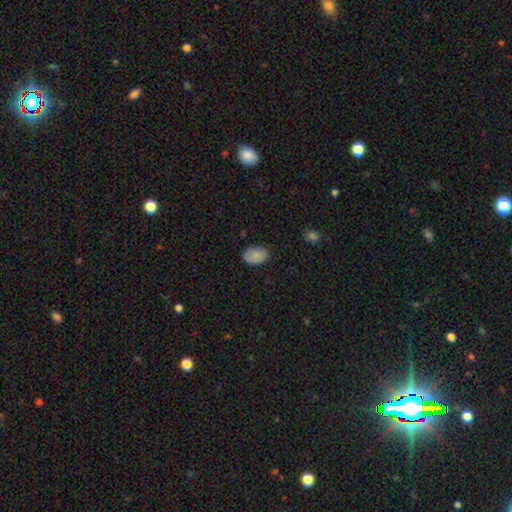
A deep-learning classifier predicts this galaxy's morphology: Smooth or featured: smooth — 87% (star or artifact — 8%)
How rounded: in between — 85% (round — 14%)
Merging: none — 83% (minor disturbance — 14%)